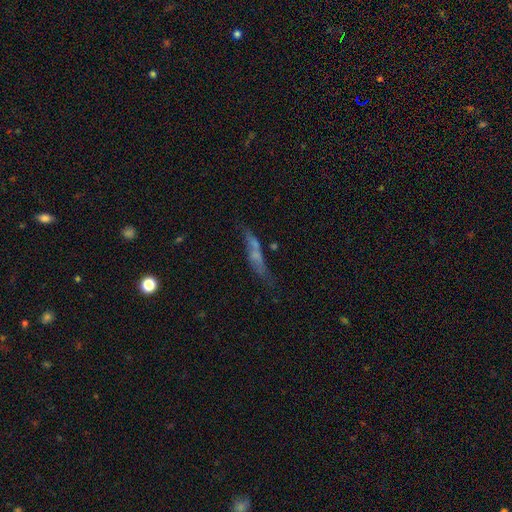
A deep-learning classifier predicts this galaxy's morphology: Overall: smooth (43%, tied with featured or disk). Merging: none (56%; minor disturbance 22%).